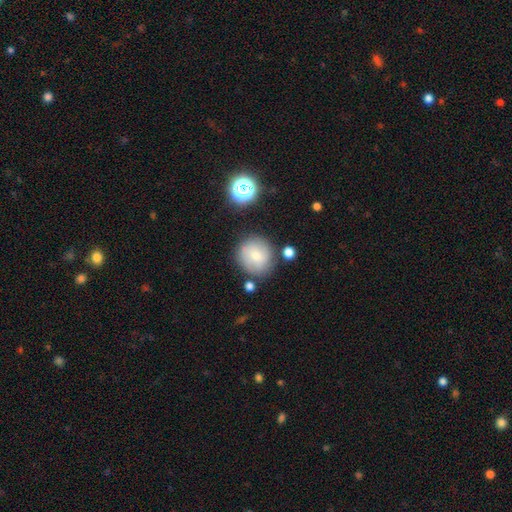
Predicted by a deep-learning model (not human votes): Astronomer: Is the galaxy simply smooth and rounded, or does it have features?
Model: smooth — 70%.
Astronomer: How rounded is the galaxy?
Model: round — 90%.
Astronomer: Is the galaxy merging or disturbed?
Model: none — 76%.